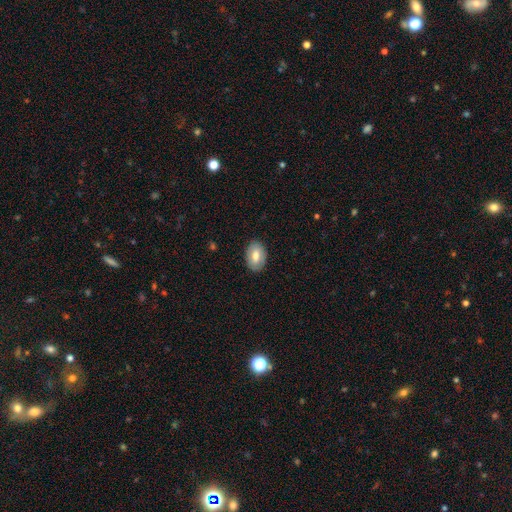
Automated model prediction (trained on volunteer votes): Morphology: type=smooth (74%); roundness=in between (88%); merging=none (87%).